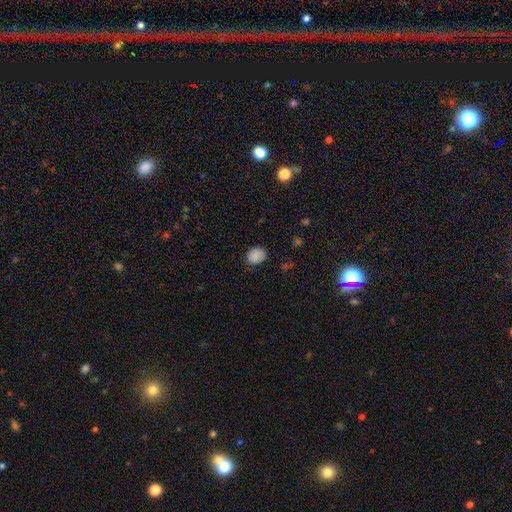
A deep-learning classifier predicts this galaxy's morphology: smooth 87%, star or artifact 10%, featured or disk 3%. Down the decision tree: how rounded — round (51%); merging — none (82%).